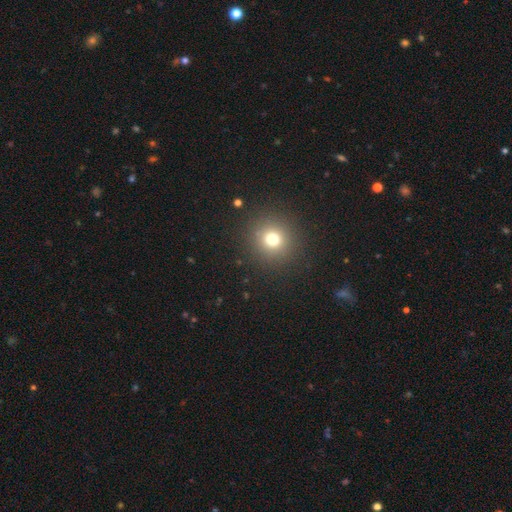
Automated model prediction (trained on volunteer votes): Smooth or featured?
  - smooth: 63% *
  - star or artifact: 31%
  - featured or disk: 6%
How rounded?
  - round: 94% *
  - in between: 5%
  - cigar-shaped: 1%
Merging?
  - none: 93% *
  - minor disturbance: 4%
  - major disturbance: 2%
  - merger: 1%